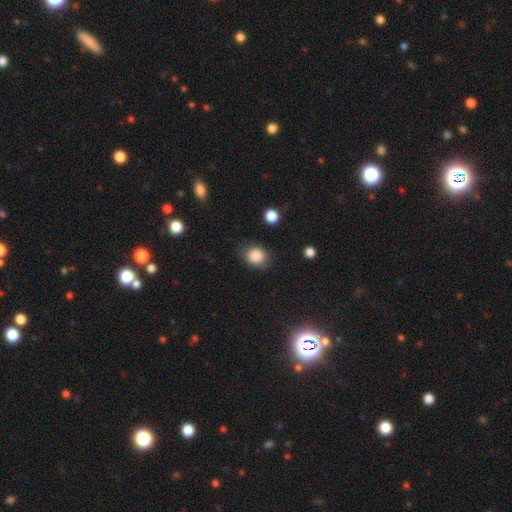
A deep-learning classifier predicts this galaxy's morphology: This appears to be a smooth galaxy with no disk features (86%) that is round (66%). Merging: none (79%).